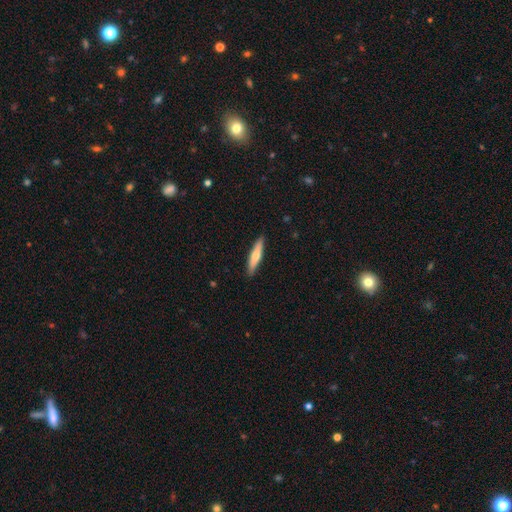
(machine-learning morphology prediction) Smooth or featured: smooth — 59% (featured or disk — 35%)
How rounded: cigar-shaped — 85% (in between — 13%)
Merging: none — 90% (minor disturbance — 7%)